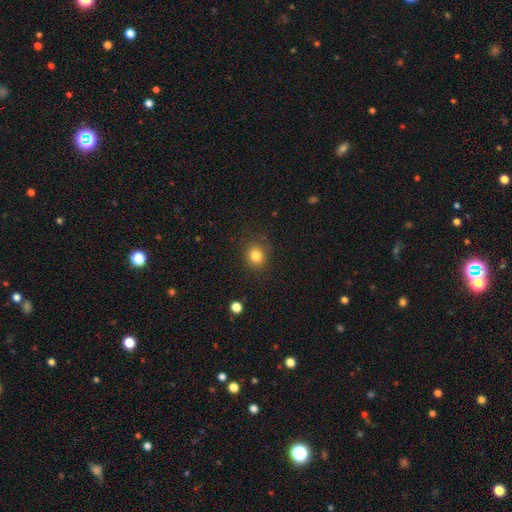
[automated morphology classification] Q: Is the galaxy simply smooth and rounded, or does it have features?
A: smooth — 83%.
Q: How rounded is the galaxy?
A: round — 74%.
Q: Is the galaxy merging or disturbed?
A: none — 84%.